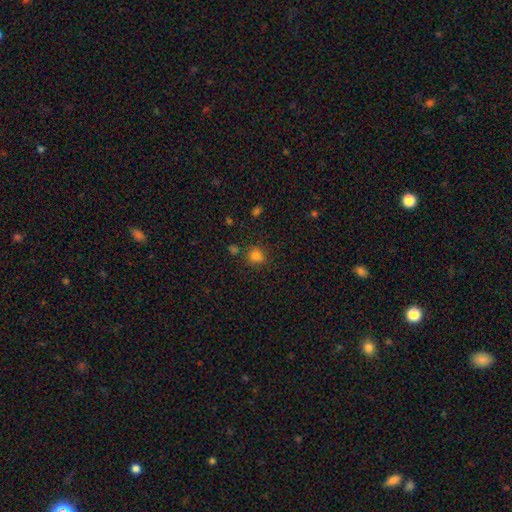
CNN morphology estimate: Smooth or featured: smooth — 79% (star or artifact — 15%)
How rounded: round — 79% (in between — 20%)
Merging: none — 77% (minor disturbance — 12%)